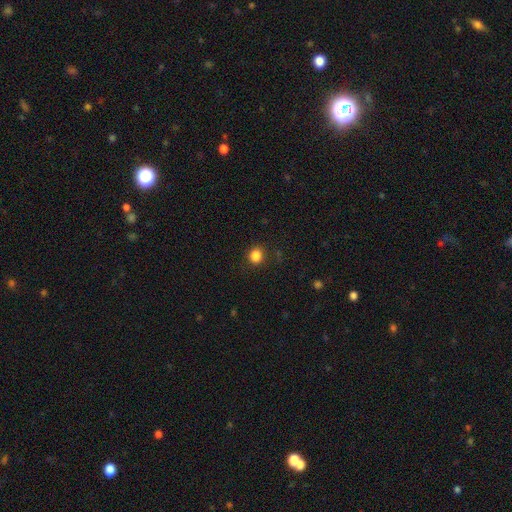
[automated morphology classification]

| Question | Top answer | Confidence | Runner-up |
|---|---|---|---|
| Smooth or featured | smooth | 85% | star or artifact (12%) |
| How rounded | round | 80% | in between (19%) |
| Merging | none | 85% | minor disturbance (10%) |